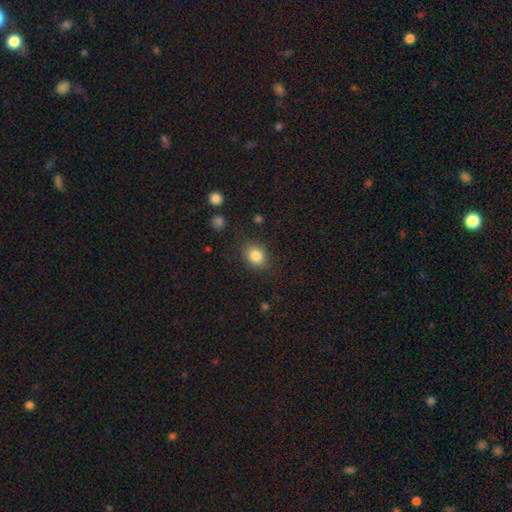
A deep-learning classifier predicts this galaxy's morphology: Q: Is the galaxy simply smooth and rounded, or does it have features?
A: smooth — 84%.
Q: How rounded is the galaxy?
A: in between — 55%.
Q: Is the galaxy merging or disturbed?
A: none — 83%.